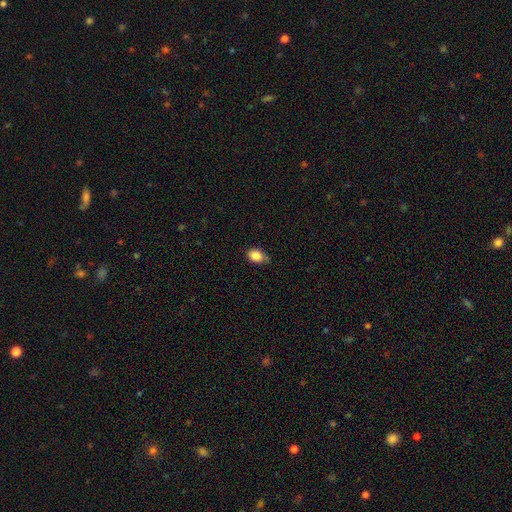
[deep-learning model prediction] A smooth galaxy with no disk features (85%) that is in between round and cigar-shaped (79%). Merging: none (61%).